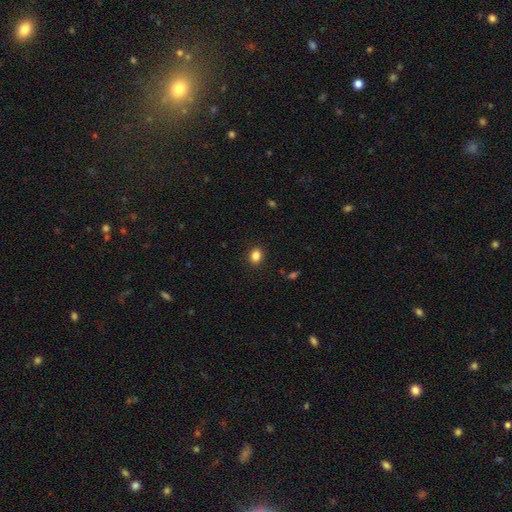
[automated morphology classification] The model was most divided on "how rounded": round: 52%, in between: 47%, cigar-shaped: 1%. More confident: merging — none (90%); smooth or featured — smooth (85%).